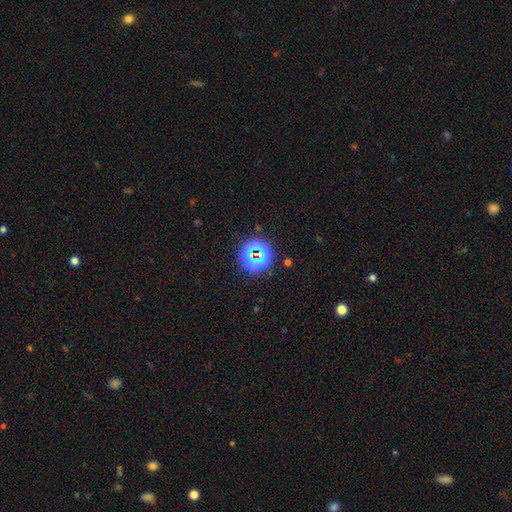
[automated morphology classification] A star or artifact, not a galaxy (63%).